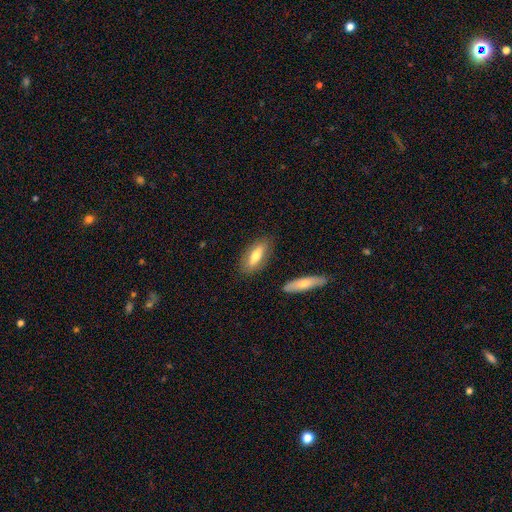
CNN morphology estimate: type=smooth (62%); roundness=in between (64%); merging=none (83%).